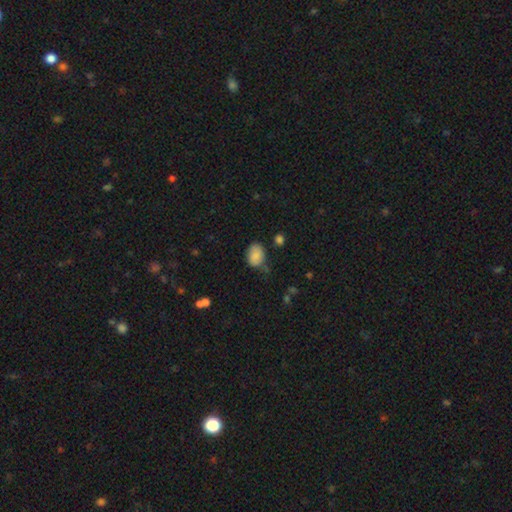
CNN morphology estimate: type=smooth (85%); roundness=in between (77%); merging=none (58%).